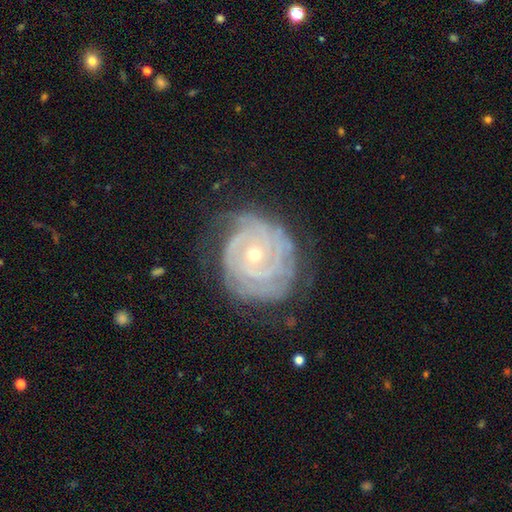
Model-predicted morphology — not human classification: Q: Smooth or featured?
A: featured or disk (88%); runner-up: smooth (6%)
Q: Edge-on disk?
A: no (97%); runner-up: yes (3%)
Q: Bar?
A: no (75%); runner-up: weak (18%)
Q: Spiral arms?
A: yes (97%); runner-up: no (3%)
Q: Spiral winding?
A: tight (83%); runner-up: medium (14%)
Q: Spiral arm count?
A: can't tell (29%); runner-up: 3 (21%)
Q: Bulge size?
A: small (65%); runner-up: moderate (33%)
Q: Merging?
A: none (72%); runner-up: minor disturbance (19%)